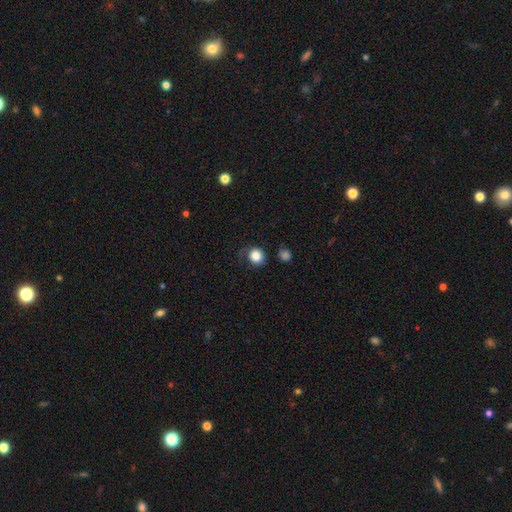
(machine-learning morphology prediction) A smooth galaxy with no disk features (83%) that is round (85%). Merging: none (70%).